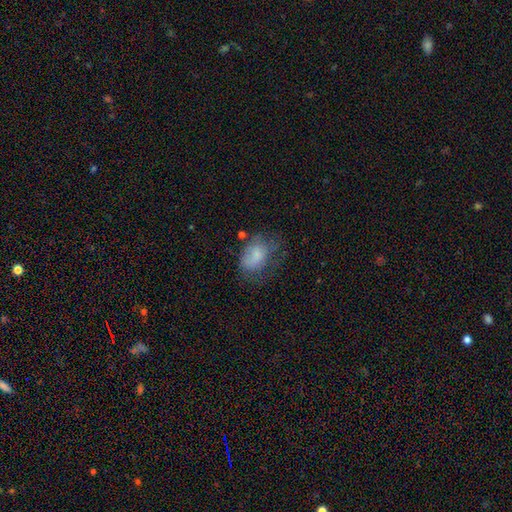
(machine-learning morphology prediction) This appears to be a smooth galaxy with no disk features (68%) that is in between round and cigar-shaped (78%). Merging: none (38%).